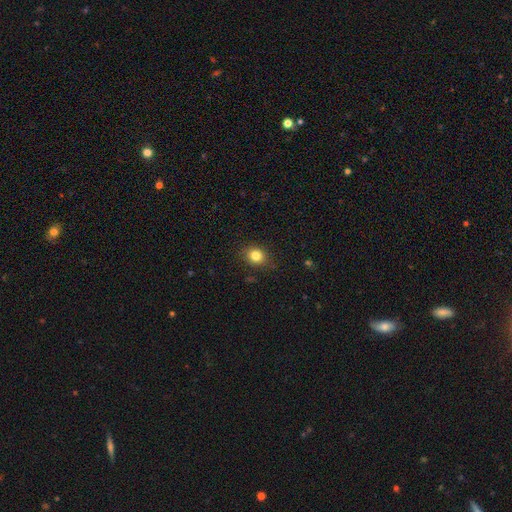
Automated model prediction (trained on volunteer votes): smooth 83%, star or artifact 11%, featured or disk 6%. Down the decision tree: how rounded — round (66%); merging — none (86%).